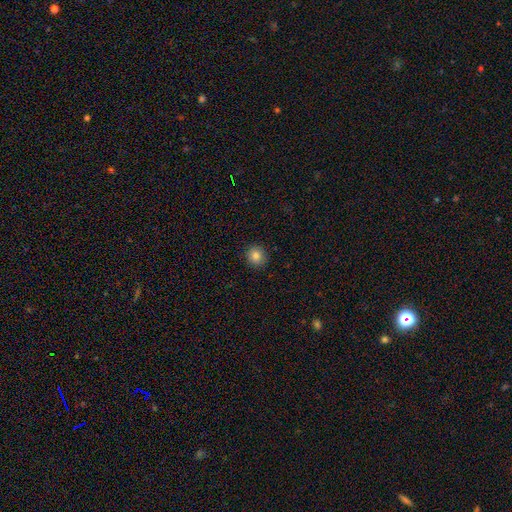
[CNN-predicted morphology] Overall: smooth (83%). How rounded: round (90%). Merging: none (91%).